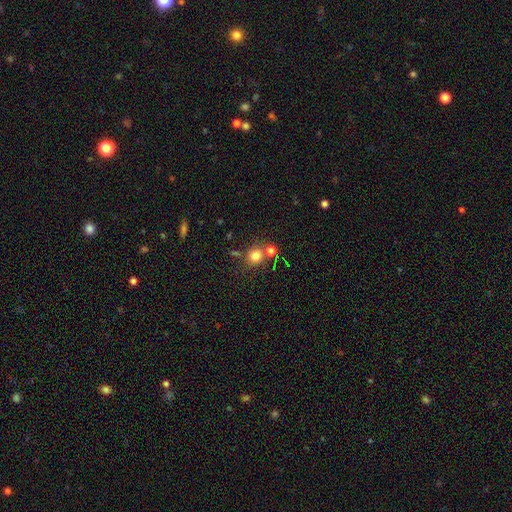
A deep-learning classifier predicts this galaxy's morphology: This is likely a smooth galaxy (77%). How rounded: clearly round (83%). Merging: likely none (66%).